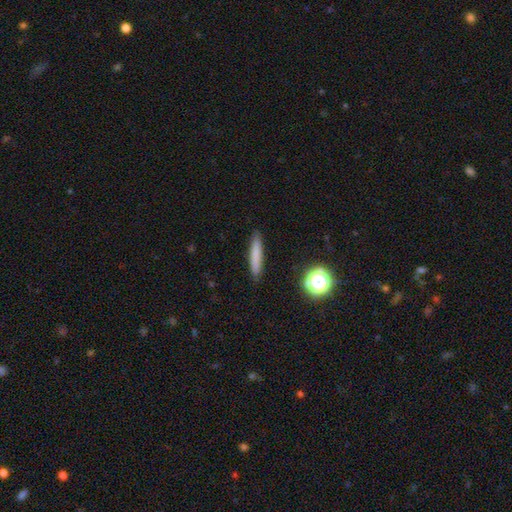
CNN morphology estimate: type=smooth (75%); roundness=cigar-shaped (91%); merging=none (89%).